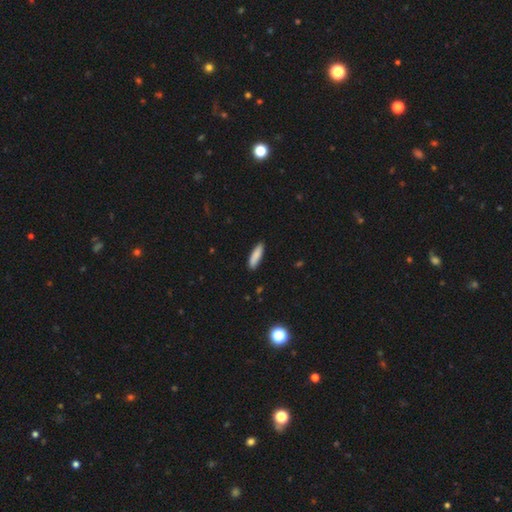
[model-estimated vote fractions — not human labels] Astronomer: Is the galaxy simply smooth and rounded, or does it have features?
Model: smooth — 86%.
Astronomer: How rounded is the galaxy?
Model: cigar-shaped — 67%.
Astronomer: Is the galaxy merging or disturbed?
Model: none — 88%.